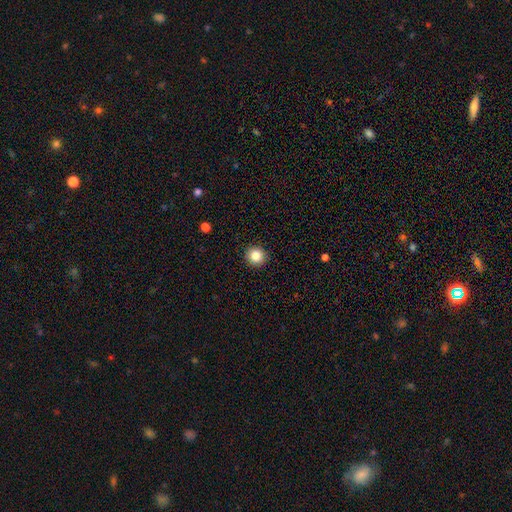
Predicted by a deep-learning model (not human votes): A smooth galaxy with no disk features (85%) that is round (91%).

Vote fractions:
- Smooth or featured? smooth: 85% / star or artifact: 10% / featured or disk: 5%
- How rounded? round: 91% / in between: 8% / cigar-shaped: 1%
- Merging? none: 92% / minor disturbance: 5% / major disturbance: 2% / merger: 1%